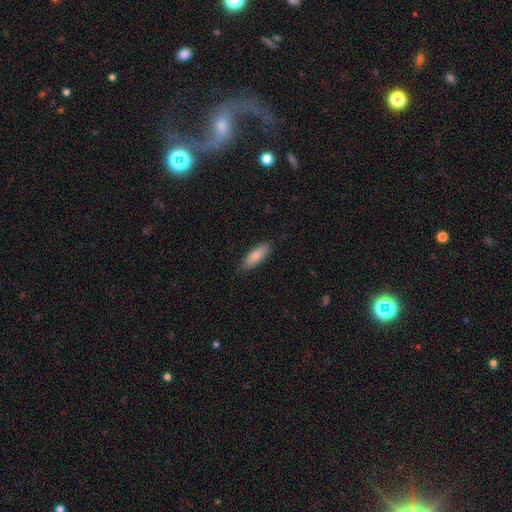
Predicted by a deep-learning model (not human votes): smooth-or-featured: smooth: 84% | featured or disk: 10% | star or artifact: 6%
  how-rounded: in between: 60% | cigar-shaped: 38% | round: 2%
  merging: none: 83% | minor disturbance: 14% | major disturbance: 2% | merger: 1%